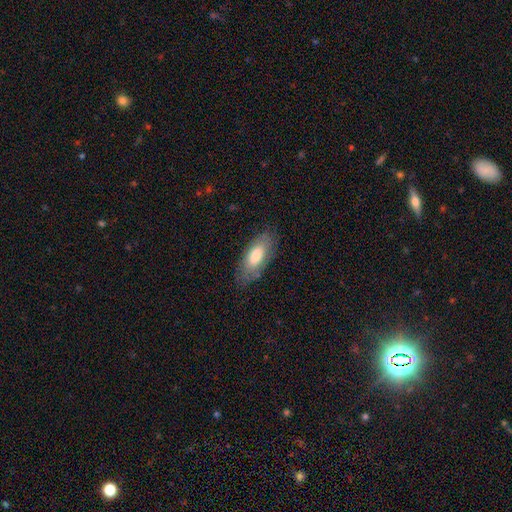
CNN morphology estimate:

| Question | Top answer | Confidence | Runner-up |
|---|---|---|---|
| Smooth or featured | smooth | 69% | featured or disk (25%) |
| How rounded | in between | 85% | cigar-shaped (13%) |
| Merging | none | 77% | minor disturbance (17%) |